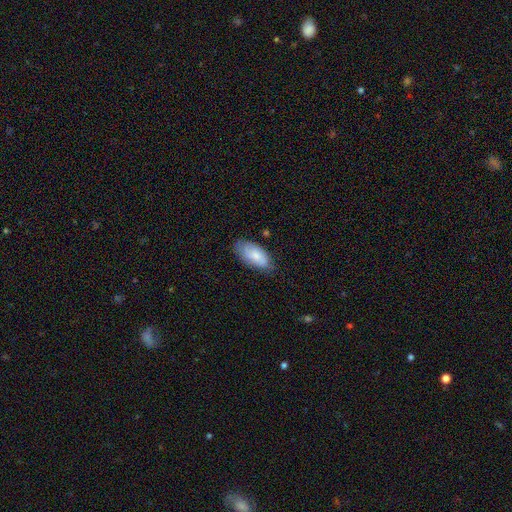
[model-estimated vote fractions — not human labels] smooth-or-featured: smooth: 74% | featured or disk: 20% | star or artifact: 6%
  how-rounded: in between: 92% | cigar-shaped: 6% | round: 2%
  merging: none: 69% | minor disturbance: 25% | major disturbance: 5% | merger: 2%